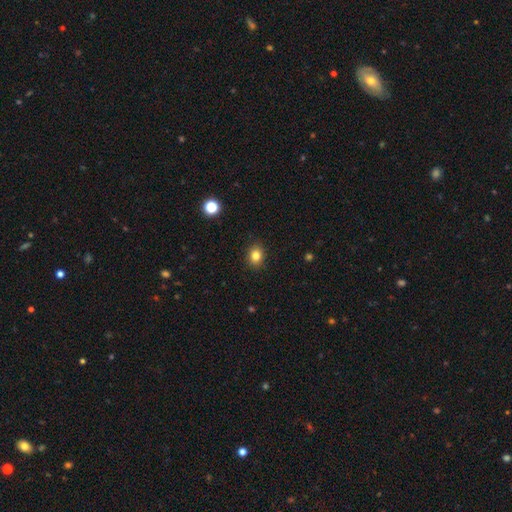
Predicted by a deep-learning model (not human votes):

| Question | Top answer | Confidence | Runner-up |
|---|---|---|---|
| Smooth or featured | smooth | 83% | star or artifact (11%) |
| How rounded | round | 56% | in between (43%) |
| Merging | none | 90% | minor disturbance (7%) |